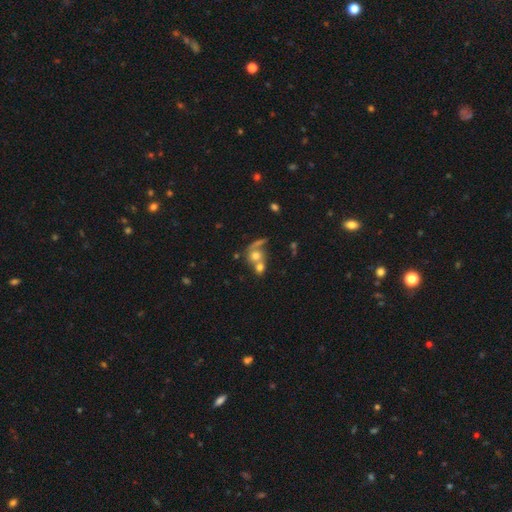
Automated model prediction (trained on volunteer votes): Morphology: type=smooth (62%); roundness=round (68%); merging=merger (57%).